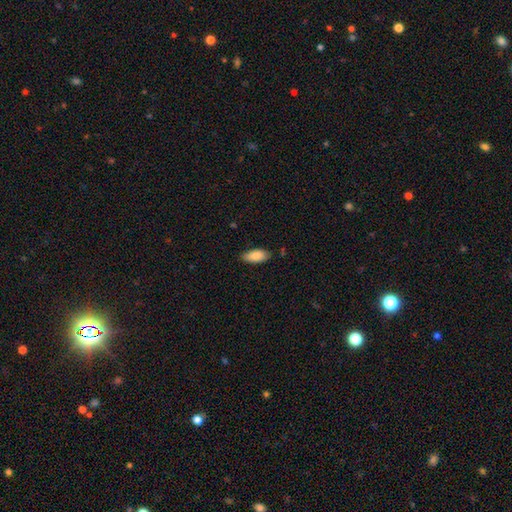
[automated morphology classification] smooth_or_featured: smooth (p=0.87) [alt: featured or disk p=0.07]
how_rounded: in between (p=0.88) [alt: cigar-shaped p=0.10]
merging: none (p=0.82) [alt: minor disturbance p=0.14]